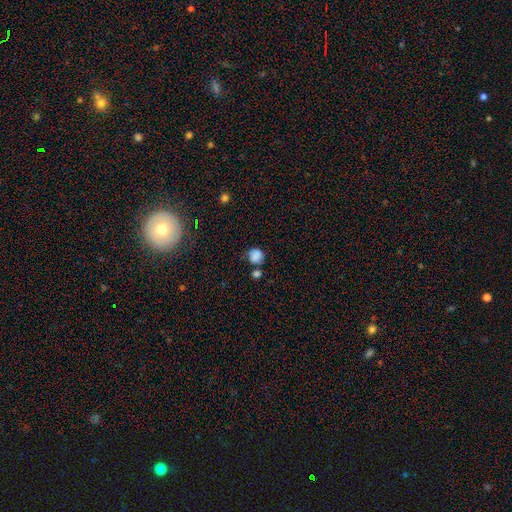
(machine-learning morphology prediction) Smooth or featured?
  - smooth: 81% *
  - star or artifact: 11%
  - featured or disk: 8%
How rounded?
  - round: 83% *
  - in between: 16%
  - cigar-shaped: 1%
Merging?
  - none: 58% *
  - minor disturbance: 21%
  - merger: 14%
  - major disturbance: 7%